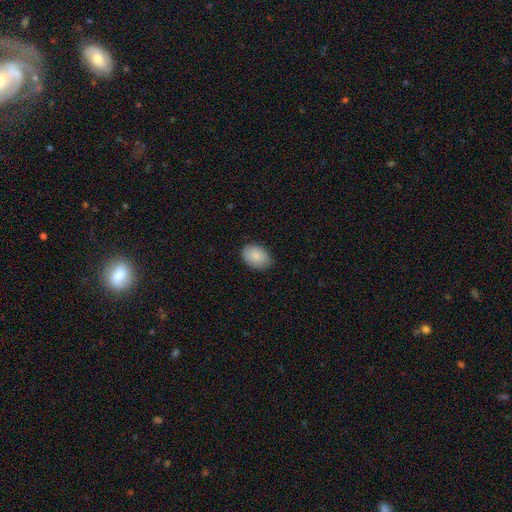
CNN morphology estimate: Q: Smooth or featured?
A: smooth (87%); runner-up: featured or disk (7%)
Q: How rounded?
A: in between (84%); runner-up: round (15%)
Q: Merging?
A: none (83%); runner-up: minor disturbance (13%)